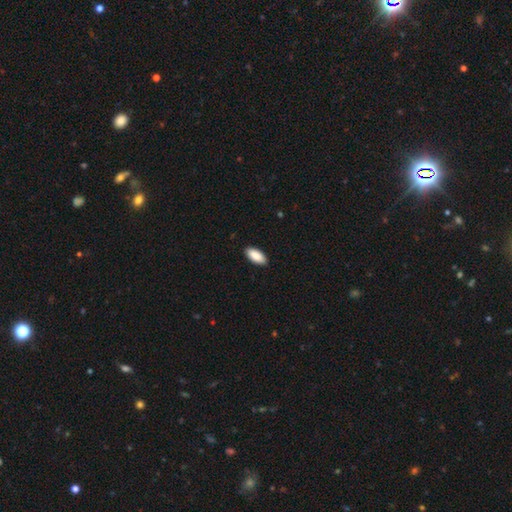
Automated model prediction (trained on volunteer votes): Smooth or featured? Predicted: smooth (p=0.90). How rounded? Predicted: in between (p=0.91). Merging? Predicted: none (p=0.89).